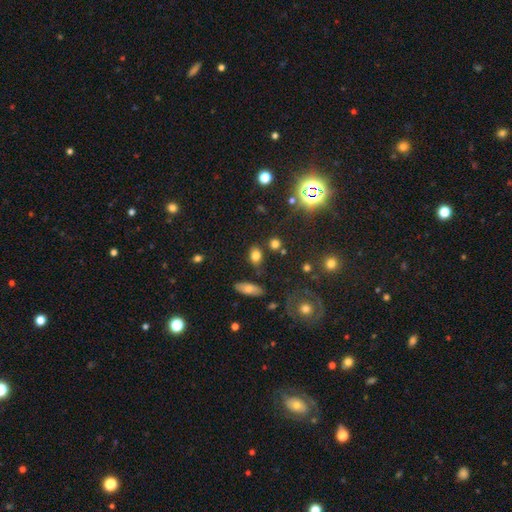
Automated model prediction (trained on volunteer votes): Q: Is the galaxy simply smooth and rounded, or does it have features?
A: smooth — 77%.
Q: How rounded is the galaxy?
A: in between — 67%.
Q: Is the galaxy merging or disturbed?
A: none — 78%.